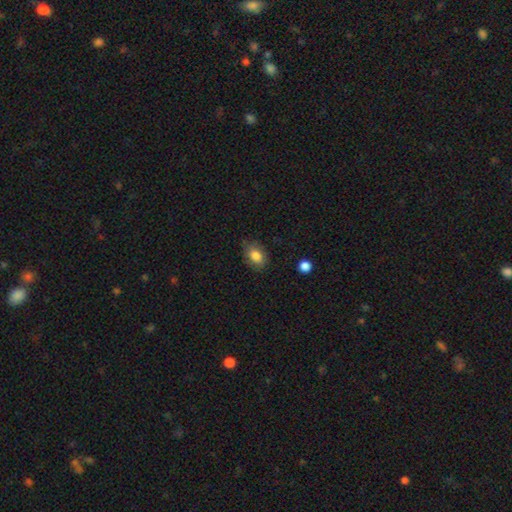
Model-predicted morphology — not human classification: Smooth or featured? Predicted: smooth (p=0.84). How rounded? Predicted: in between (p=0.79). Merging? Predicted: none (p=0.77).